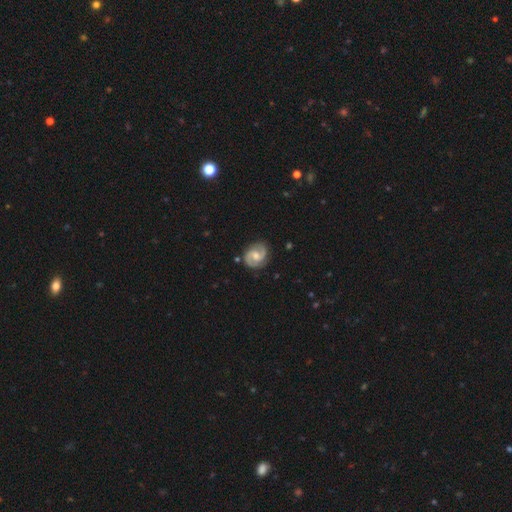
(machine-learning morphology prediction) A featured or disk galaxy (87%) with a weak bar (47%), 2 (93%) medium (51%) spiral arms (97%) and a moderate central bulge (60%).

Vote fractions:
- Smooth or featured? featured or disk: 87% / smooth: 9% / star or artifact: 4%
- Edge-on disk? no: 98% / yes: 2%
- Bar? weak: 47% / no: 43% / strong: 10%
- Spiral arms? yes: 97% / no: 3%
- Spiral winding? medium: 51% / tight: 37% / loose: 12%
- Spiral arm count? 2: 93% / can't tell: 3% / 1: 1% / 3: 1% / 4: 1% / more than 4: 1%
- Bulge size? moderate: 60% / small: 29% / large: 5% / none: 5% / dominant: 1%
- Merging? none: 83% / minor disturbance: 12% / major disturbance: 3% / merger: 1%